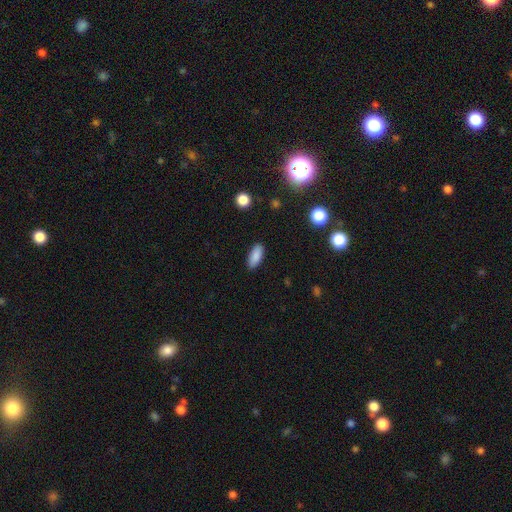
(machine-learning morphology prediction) The model was most divided on "how rounded": in between: 82%, cigar-shaped: 16%, round: 2%. More confident: merging — none (89%); smooth or featured — smooth (88%).